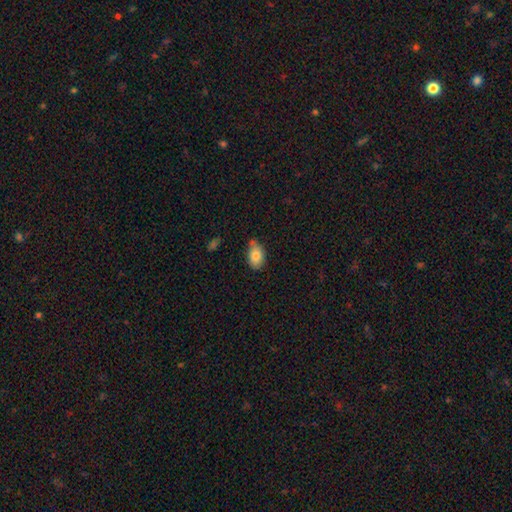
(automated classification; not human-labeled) A smooth galaxy with no disk features (82%) that is in between round and cigar-shaped (89%).

Vote fractions:
- Smooth or featured? smooth: 82% / featured or disk: 11% / star or artifact: 7%
- How rounded? in between: 89% / round: 9% / cigar-shaped: 2%
- Merging? none: 67% / minor disturbance: 25% / merger: 4% / major disturbance: 4%